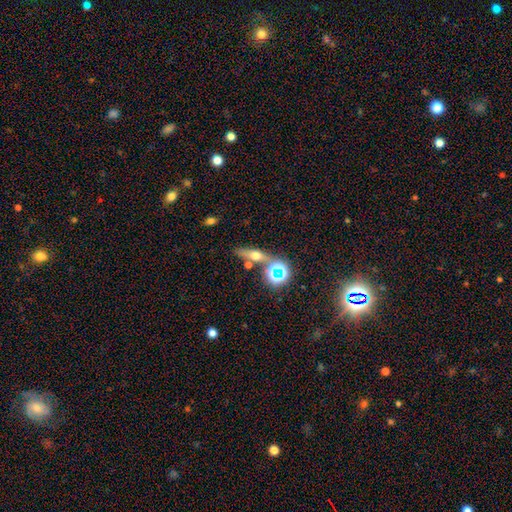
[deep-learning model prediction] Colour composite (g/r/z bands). It shows a smooth galaxy with no disk features (42%). Merging: none (68%).